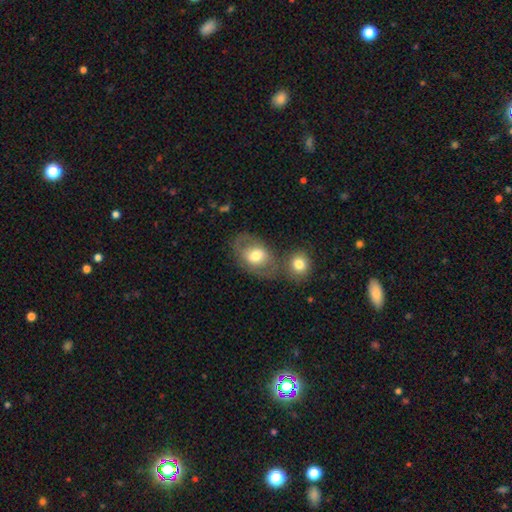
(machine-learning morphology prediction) Smooth or featured? Predicted: smooth (p=0.60). How rounded? Predicted: in between (p=0.69). Merging? Predicted: none (p=0.47).